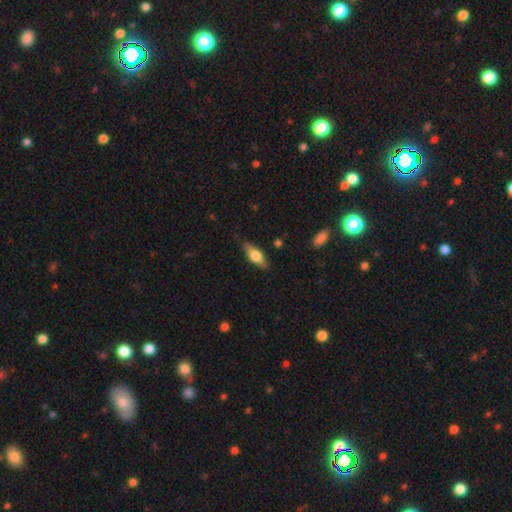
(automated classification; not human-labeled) Smooth or featured? Predicted: smooth (p=0.55). How rounded? Predicted: in between (p=0.61). Merging? Predicted: none (p=0.85).